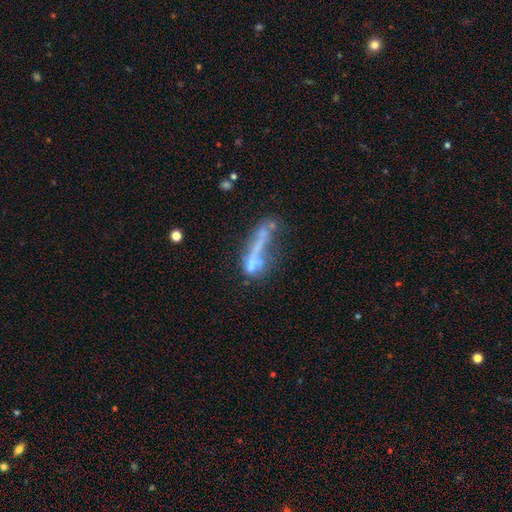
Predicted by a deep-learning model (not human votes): smooth-or-featured: featured or disk: 48% | smooth: 37% | star or artifact: 15%
  merging: major disturbance: 32% | merger: 28% | none: 24% | minor disturbance: 16%